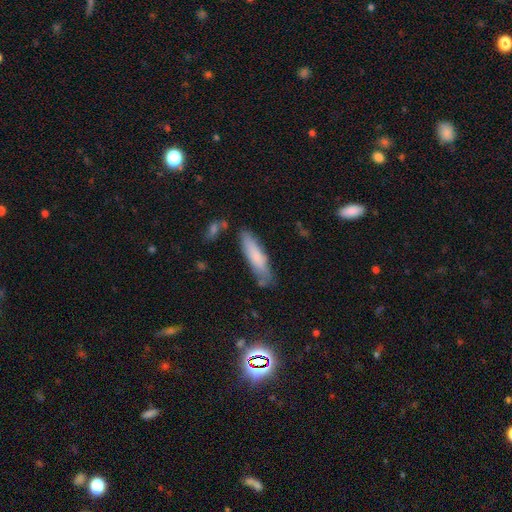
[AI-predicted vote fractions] smooth_or_featured: smooth (p=0.76) [alt: featured or disk p=0.18]
how_rounded: cigar-shaped (p=0.72) [alt: in between p=0.26]
merging: none (p=0.73) [alt: minor disturbance p=0.19]